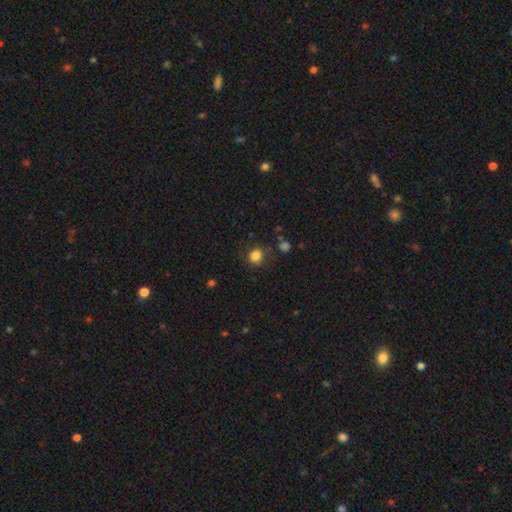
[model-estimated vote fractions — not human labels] Smooth or featured? Predicted: smooth (p=0.83). How rounded? Predicted: round (p=0.84). Merging? Predicted: none (p=0.80).